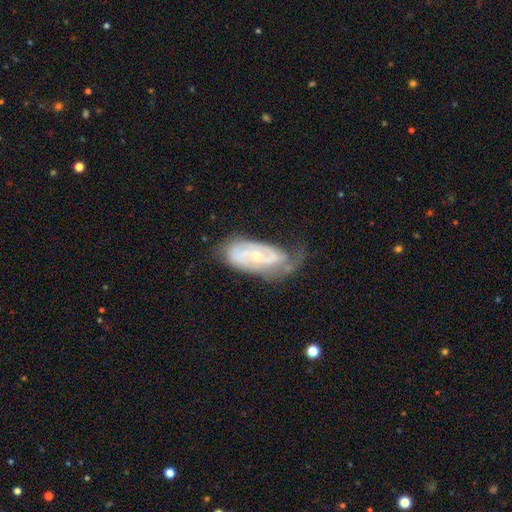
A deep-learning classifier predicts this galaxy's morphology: Smooth or featured: featured or disk — 77% (smooth — 17%)
Edge-on disk: no — 93% (yes — 7%)
Bar: no — 48% (weak — 38%)
Spiral arms: yes — 89% (no — 11%)
Spiral winding: tight — 47% (medium — 37%)
Spiral arm count: 2 — 51% (can't tell — 28%)
Bulge size: small — 65% (moderate — 30%)
Merging: none — 44% (minor disturbance — 33%)